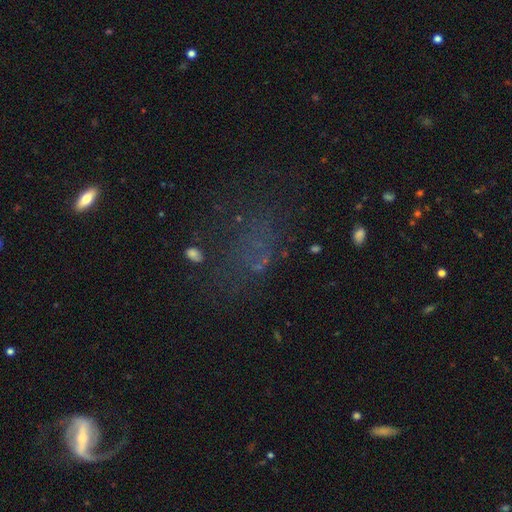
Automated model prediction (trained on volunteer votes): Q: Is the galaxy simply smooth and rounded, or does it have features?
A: star or artifact — 40%.